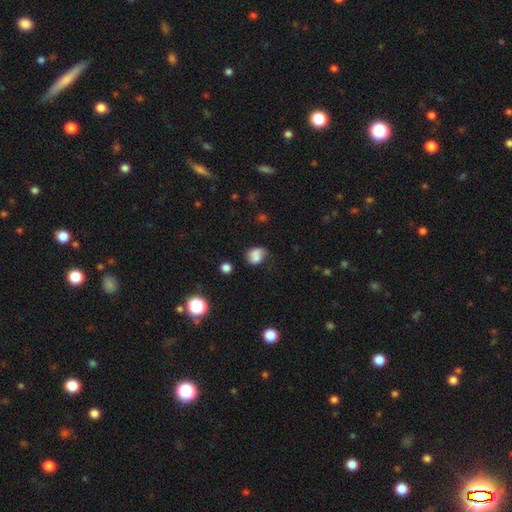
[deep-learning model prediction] Smooth or featured? smooth (73%)
How rounded? round (54%)
Merging? none (46%)